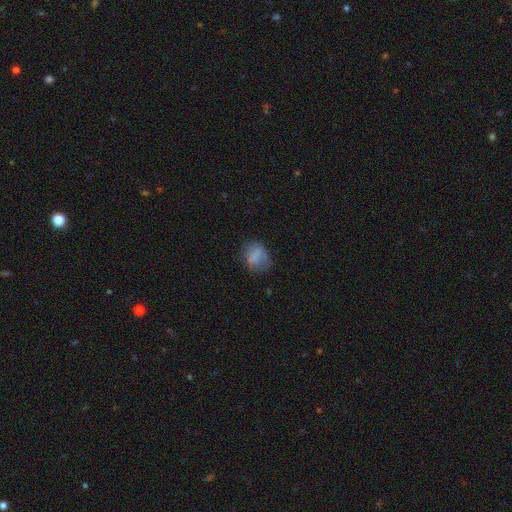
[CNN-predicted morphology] The model was most divided on "how rounded": round: 54%, in between: 45%, cigar-shaped: 1%. More confident: smooth or featured — smooth (69%); merging — none (56%).